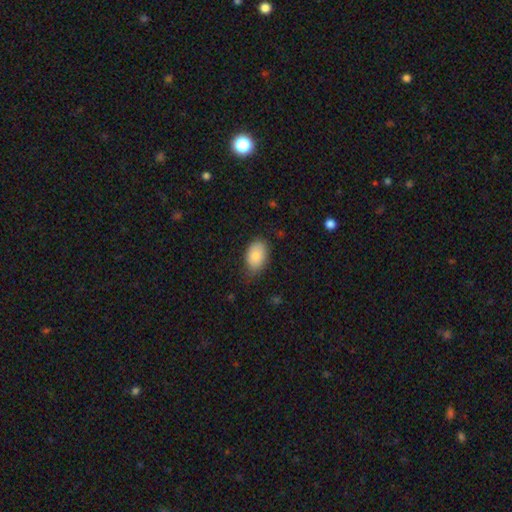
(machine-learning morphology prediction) Overall: smooth (83%). How rounded: in between (88%). Merging: none (70%).